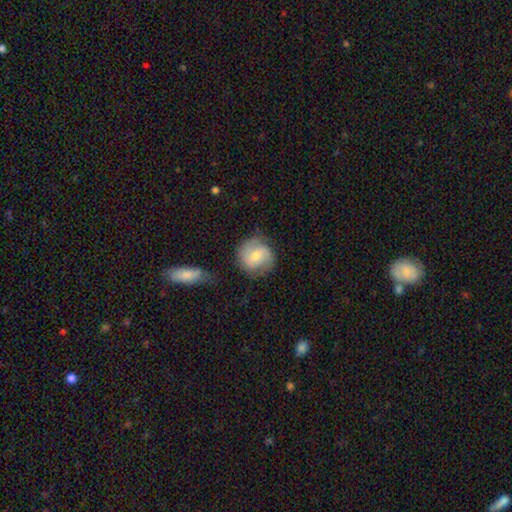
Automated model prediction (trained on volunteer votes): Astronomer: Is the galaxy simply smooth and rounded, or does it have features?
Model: featured or disk — 55% (runner-up: smooth, 38%).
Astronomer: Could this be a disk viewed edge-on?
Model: no — 97%.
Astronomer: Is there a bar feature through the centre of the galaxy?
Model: no — 50% (runner-up: weak, 40%).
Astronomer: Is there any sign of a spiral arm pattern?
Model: yes — 87%.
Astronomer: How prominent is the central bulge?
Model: moderate — 59% (runner-up: small, 36%).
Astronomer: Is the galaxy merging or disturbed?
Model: none — 73%.